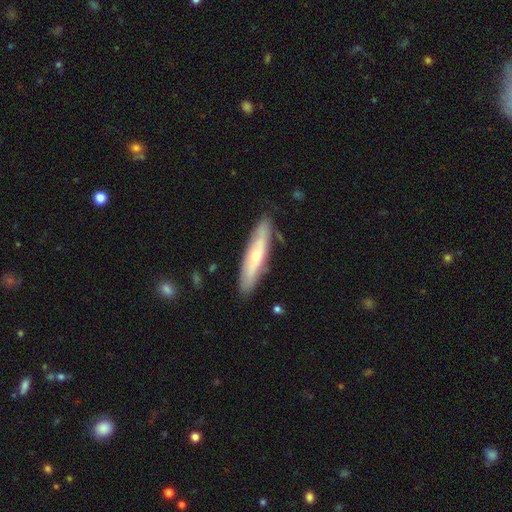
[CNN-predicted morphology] featured or disk 54%, smooth 41%, star or artifact 6%. Down the decision tree: edge-on disk — yes (62%); merging — none (84%).